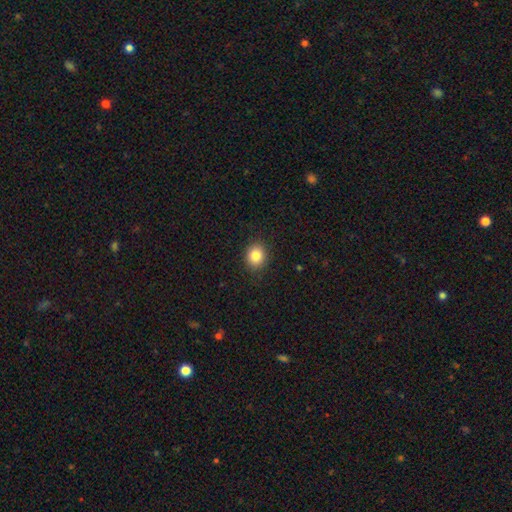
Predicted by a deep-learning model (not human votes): This appears to be a smooth galaxy with no disk features (85%) that is round (72%). Merging: none (89%).